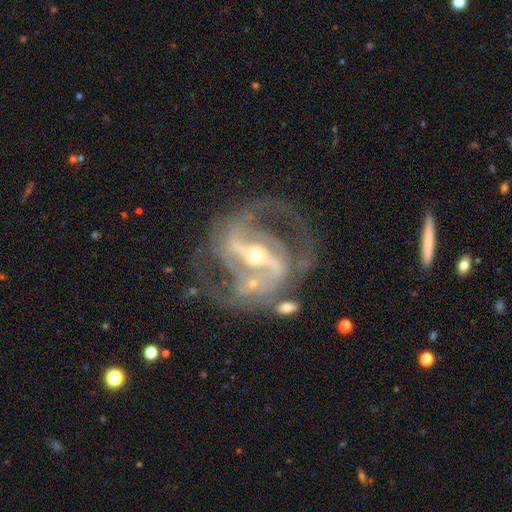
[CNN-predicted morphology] featured or disk 91%, star or artifact 5%, smooth 3%. Down the decision tree: edge-on disk — no (97%); bar — strong (66%); spiral arms — yes (96%); spiral arm count — 2 (72%); spiral winding — medium (55%); bulge size — small (60%); merging — none (59%).